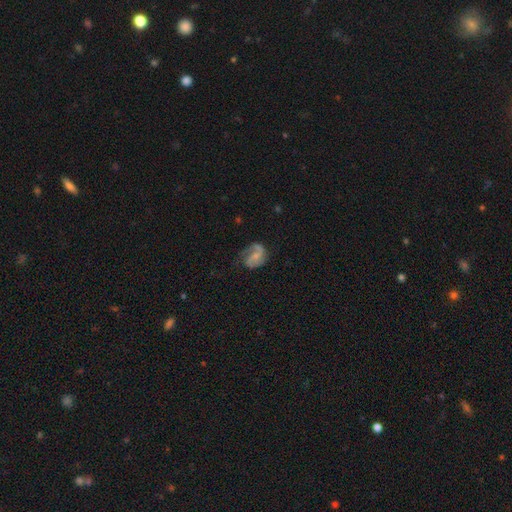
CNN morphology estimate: Smooth or featured? Predicted: featured or disk (p=0.73). Edge-on disk? Predicted: no (p=0.98). Bar? Predicted: no (p=0.56). Spiral arms? Predicted: yes (p=0.93). Spiral winding? Predicted: medium (p=0.46). Spiral arm count? Predicted: 2 (p=0.67). Bulge size? Predicted: small (p=0.54). Merging? Predicted: none (p=0.53).